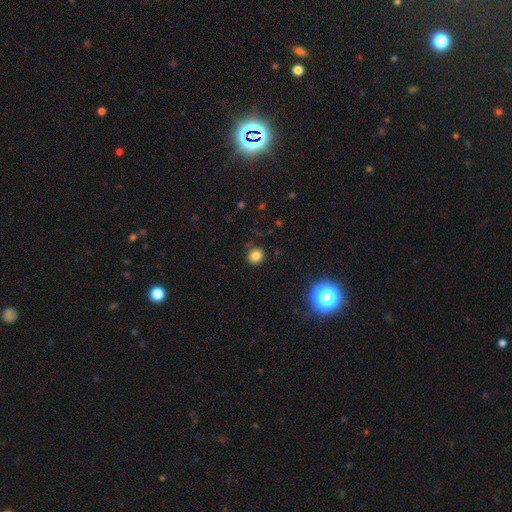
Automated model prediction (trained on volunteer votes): Smooth or featured? smooth (80%)
How rounded? round (80%)
Merging? none (86%)